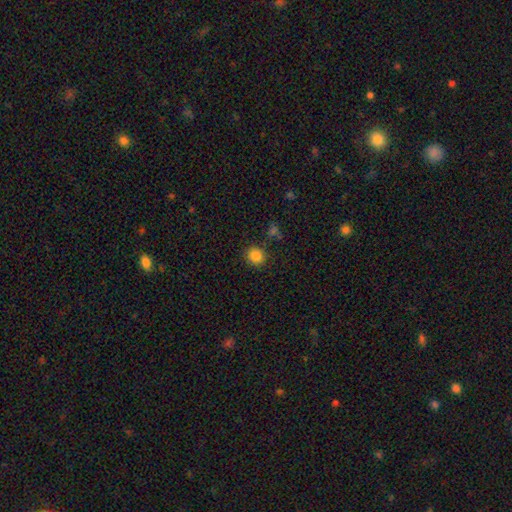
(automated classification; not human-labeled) A smooth galaxy with no disk features (85%) that is round (85%).

Vote fractions:
- Smooth or featured? smooth: 85% / star or artifact: 11% / featured or disk: 4%
- How rounded? round: 85% / in between: 14% / cigar-shaped: 1%
- Merging? none: 86% / minor disturbance: 9% / merger: 3% / major disturbance: 3%